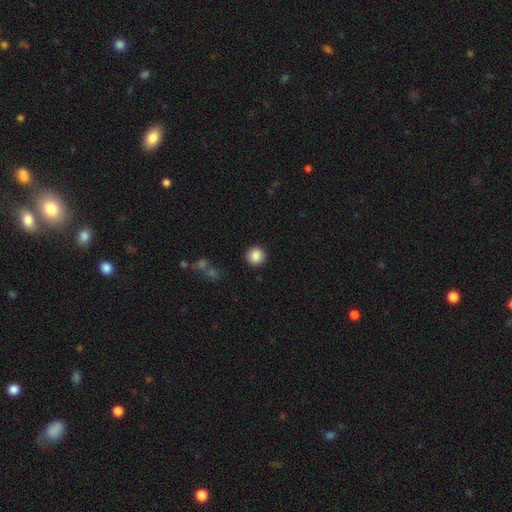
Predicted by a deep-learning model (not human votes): A smooth galaxy with no disk features (87%) that is round (94%).

Vote fractions:
- Smooth or featured? smooth: 87% / star or artifact: 9% / featured or disk: 4%
- How rounded? round: 94% / in between: 5% / cigar-shaped: 1%
- Merging? none: 92% / minor disturbance: 5% / major disturbance: 2% / merger: 1%